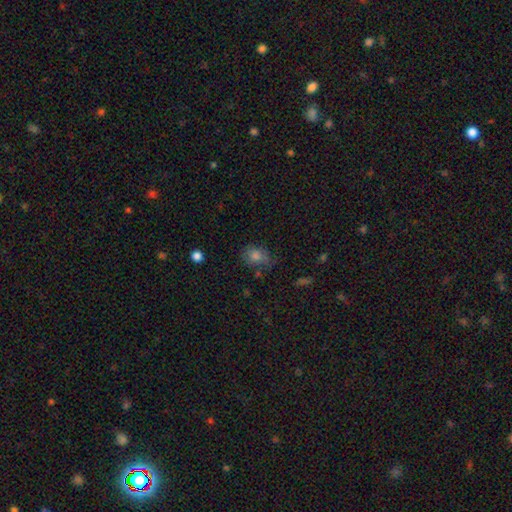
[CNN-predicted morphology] The model was most divided on "how rounded": in between: 59%, round: 40%, cigar-shaped: 2%. More confident: smooth or featured — smooth (75%); merging — none (61%).